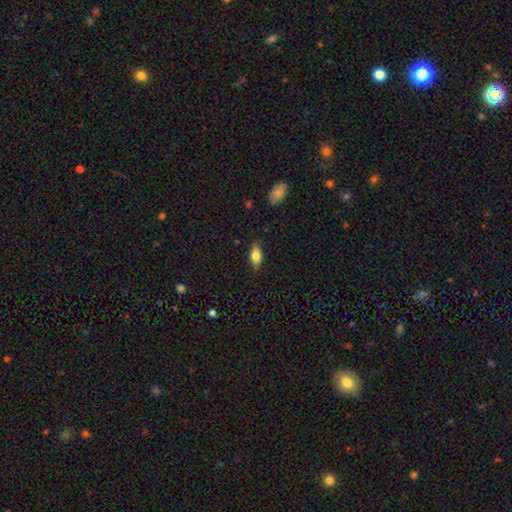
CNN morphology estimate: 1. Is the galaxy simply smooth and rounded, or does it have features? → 73% smooth, 20% featured or disk, 7% star or artifact.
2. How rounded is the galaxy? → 82% in between, 14% cigar-shaped, 4% round.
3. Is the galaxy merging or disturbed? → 84% none, 12% minor disturbance, 3% major disturbance, 1% merger.